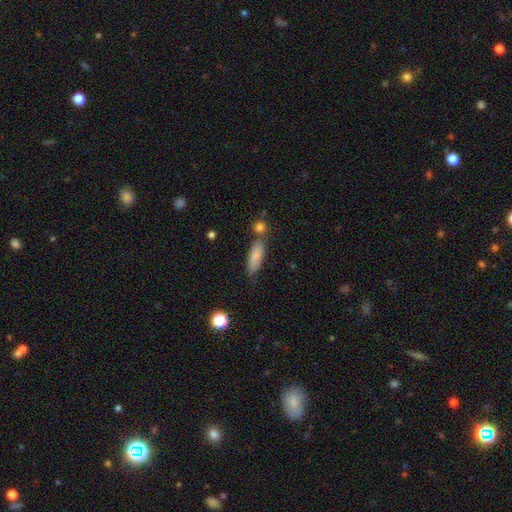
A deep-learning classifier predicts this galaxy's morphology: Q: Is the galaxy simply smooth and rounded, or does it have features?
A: smooth — 82%.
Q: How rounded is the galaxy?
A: in between — 64%.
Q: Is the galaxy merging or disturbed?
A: none — 63%.